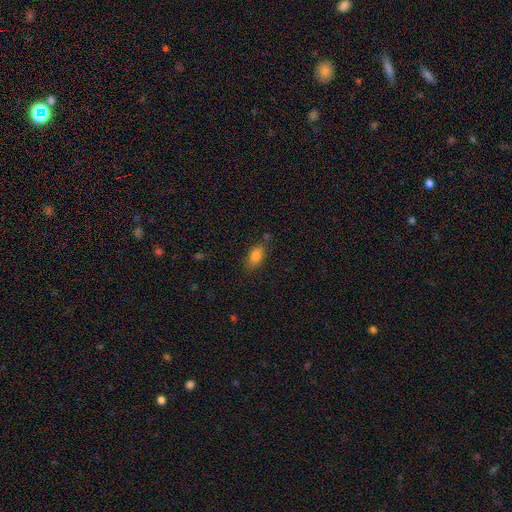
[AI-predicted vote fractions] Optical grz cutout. It shows a smooth galaxy with no disk features (83%) that is in between round and cigar-shaped (89%). Merging: none (74%).